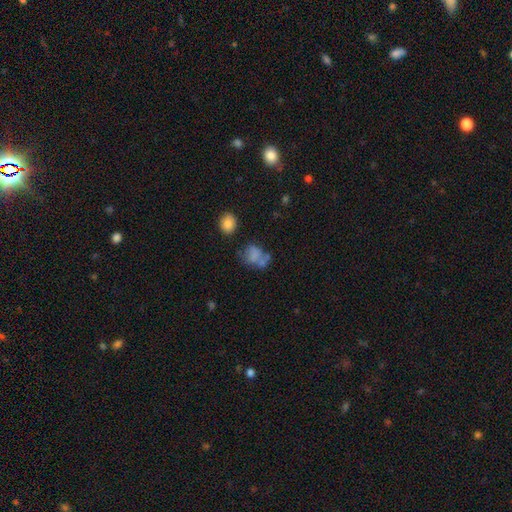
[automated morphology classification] This is likely a smooth galaxy (63%). How rounded: possibly in between (55%). Merging: marginally none (35%).